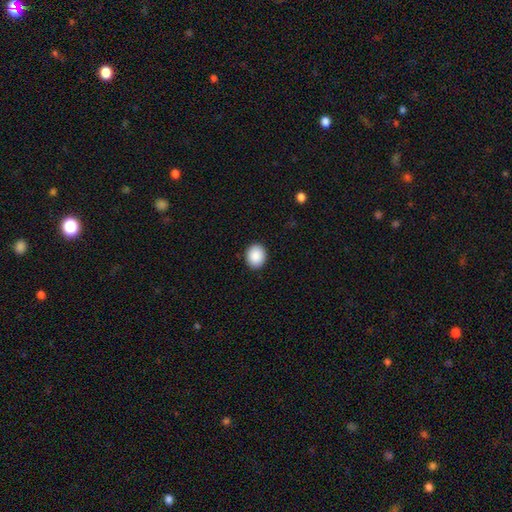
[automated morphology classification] This appears to be a smooth galaxy with no disk features (89%) that is round (63%). Merging: none (91%).